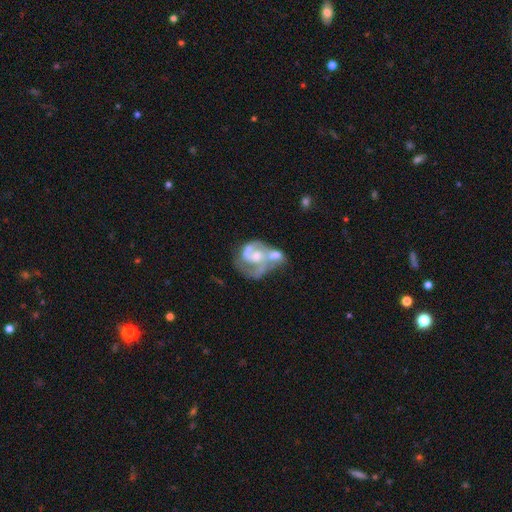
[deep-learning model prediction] Overall: featured or disk (79%). Edge-on disk: no (98%). Bar: no (64%; weak 29%). Spiral arms: yes (84%). Spiral arm count: 2 (58%). Spiral winding: medium (45%; tight 34%). Bulge size: moderate (55%; small 27%). Merging: merger (46%; none 21%).